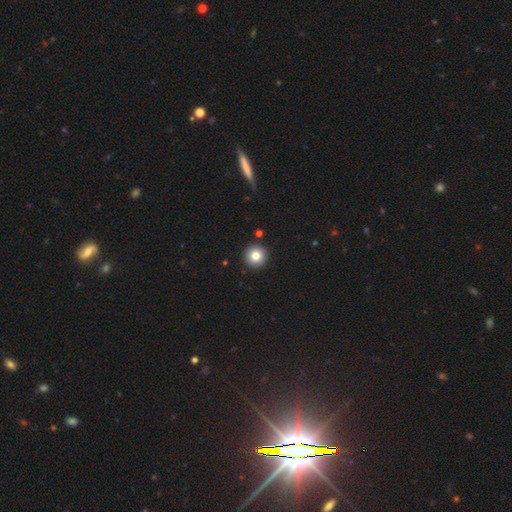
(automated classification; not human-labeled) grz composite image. It shows a smooth galaxy with no disk features (81%) that is round (96%). Merging: none (92%).